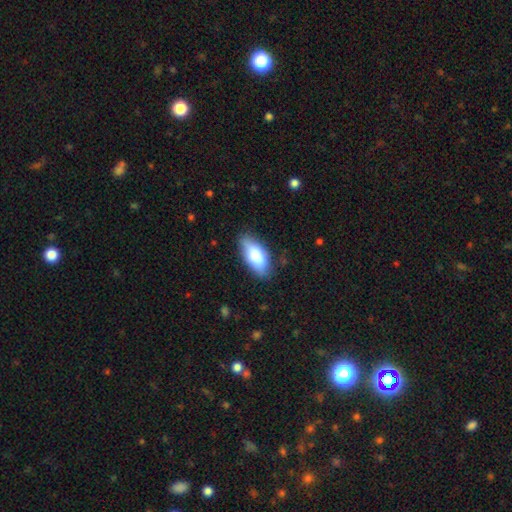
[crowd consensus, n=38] Morphology: type=smooth (82%); roundness=in between (77%); merging=none (65%).